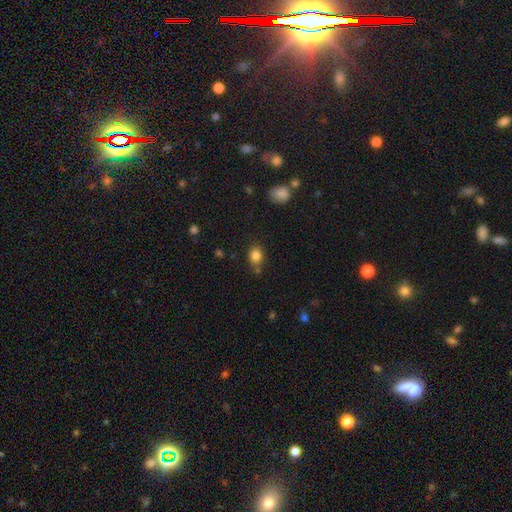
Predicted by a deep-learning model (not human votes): Morphology: type=smooth (83%); roundness=in between (50%); merging=none (71%).